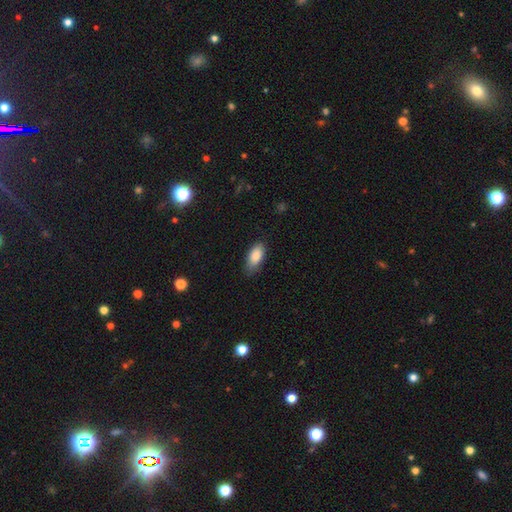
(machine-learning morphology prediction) Smooth or featured?
  - smooth: 86% *
  - featured or disk: 7%
  - star or artifact: 7%
How rounded?
  - in between: 89% *
  - cigar-shaped: 8%
  - round: 3%
Merging?
  - none: 69% *
  - minor disturbance: 26%
  - major disturbance: 5%
  - merger: 1%